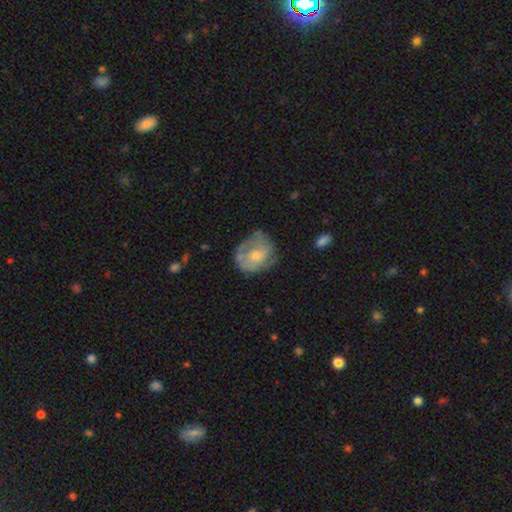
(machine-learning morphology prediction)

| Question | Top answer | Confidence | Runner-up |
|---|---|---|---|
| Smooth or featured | featured or disk | 56% | smooth (37%) |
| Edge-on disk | no | 97% | yes (3%) |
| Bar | no | 78% | weak (19%) |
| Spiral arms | yes | 64% | no (36%) |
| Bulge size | moderate | 47% | small (46%) |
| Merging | none | 58% | minor disturbance (27%) |